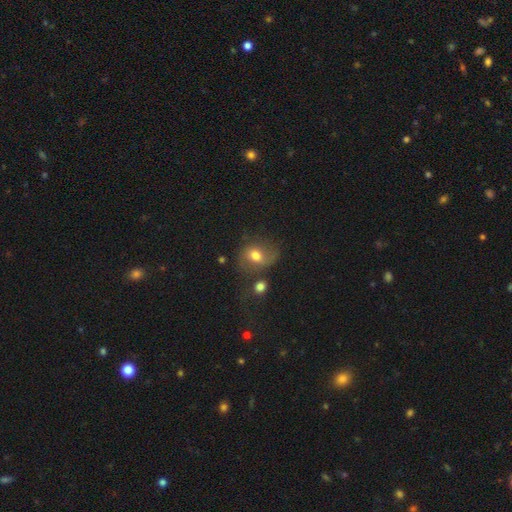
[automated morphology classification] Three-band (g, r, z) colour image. It shows a smooth galaxy with no disk features (54%) that is in between round and cigar-shaped (51%). Merging: none (48%).